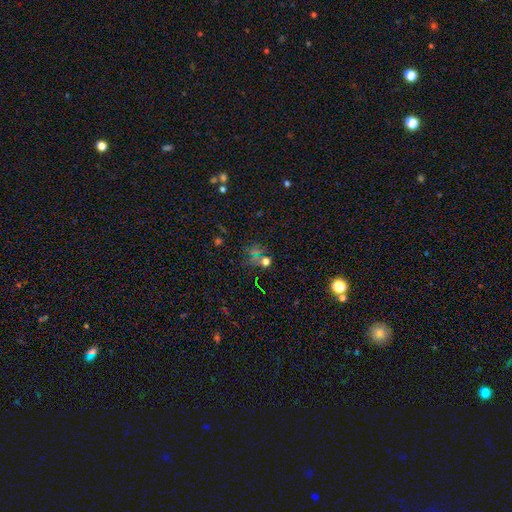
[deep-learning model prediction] star or artifact 56%, smooth 32%, featured or disk 13%.